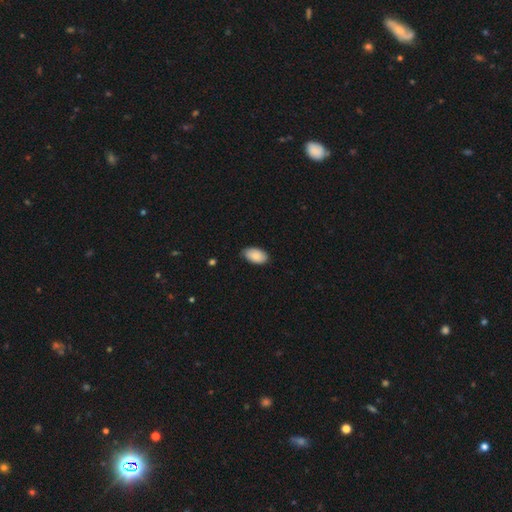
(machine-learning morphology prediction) smooth-or-featured: smooth: 86% | featured or disk: 8% | star or artifact: 6%
  how-rounded: in between: 95% | round: 4% | cigar-shaped: 1%
  merging: none: 80% | minor disturbance: 17% | major disturbance: 2% | merger: 1%